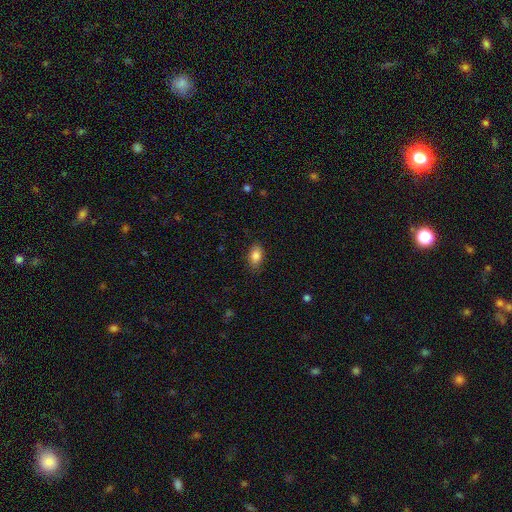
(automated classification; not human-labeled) Smooth or featured?
  - smooth: 85% *
  - star or artifact: 8%
  - featured or disk: 7%
How rounded?
  - in between: 88% *
  - round: 9%
  - cigar-shaped: 3%
Merging?
  - none: 84% *
  - minor disturbance: 12%
  - major disturbance: 3%
  - merger: 1%